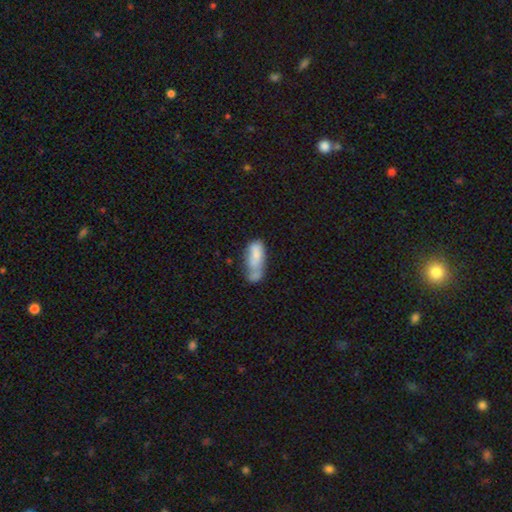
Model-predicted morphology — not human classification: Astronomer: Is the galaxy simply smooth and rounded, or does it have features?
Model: smooth — 69%.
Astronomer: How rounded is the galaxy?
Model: in between — 81%.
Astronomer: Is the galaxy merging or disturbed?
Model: merger — 39% (runner-up: none, 23%).